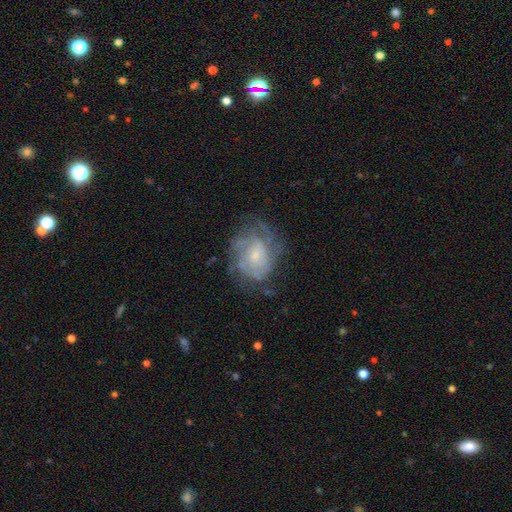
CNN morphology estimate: featured or disk 69%, smooth 23%, star or artifact 9%. Down the decision tree: edge-on disk — no (97%); bar — no (68%); spiral arms — yes (74%); bulge size — small (54%); merging — none (58%).